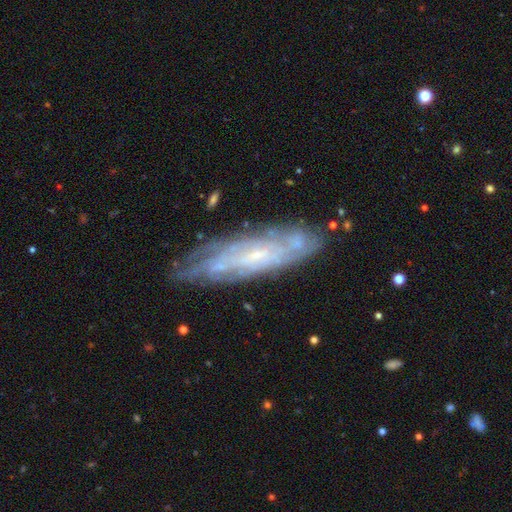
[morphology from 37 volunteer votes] Smooth or featured? featured or disk (70%)
Edge-on disk? no (65%)
Bar? no (71%)
Spiral arms? yes (71%)
Spiral winding? tight (67%)
Spiral arm count? can't tell (58%)
Bulge size? small (94%)
Merging? none (57%)